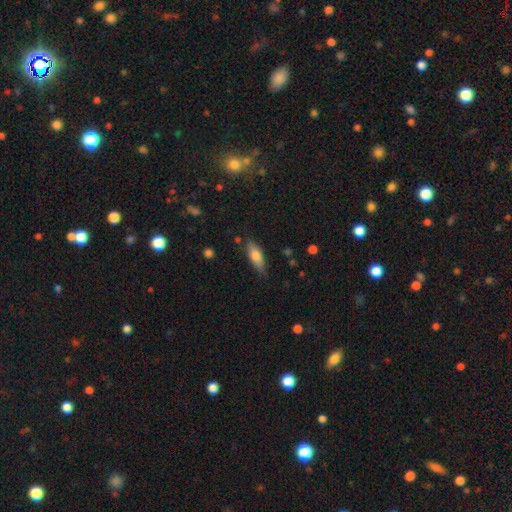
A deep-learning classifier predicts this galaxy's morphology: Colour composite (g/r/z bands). It shows a smooth galaxy with no disk features (72%) that is in between round and cigar-shaped (61%). Merging: none (77%).